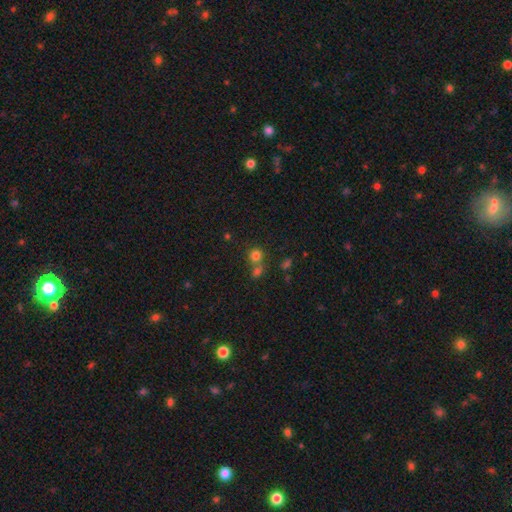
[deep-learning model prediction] Morphology: type=smooth (75%); roundness=round (83%); merging=none (46%).